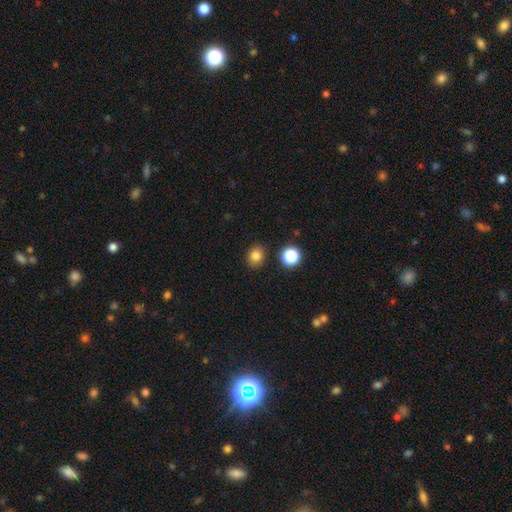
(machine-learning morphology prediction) Overall: smooth (81%). How rounded: round (66%; in between 33%). Merging: none (87%).